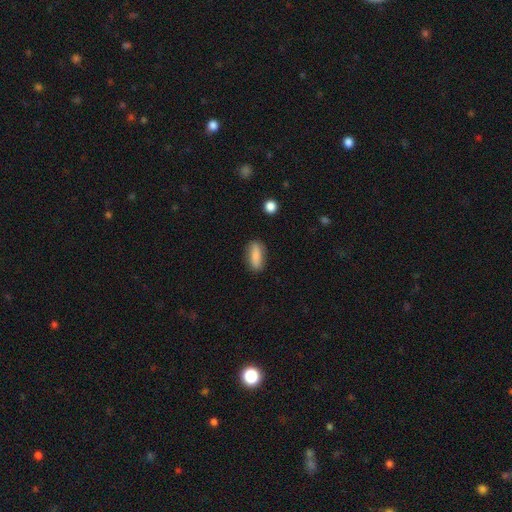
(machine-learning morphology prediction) Overall: smooth (83%). How rounded: in between (71%). Merging: none (82%).